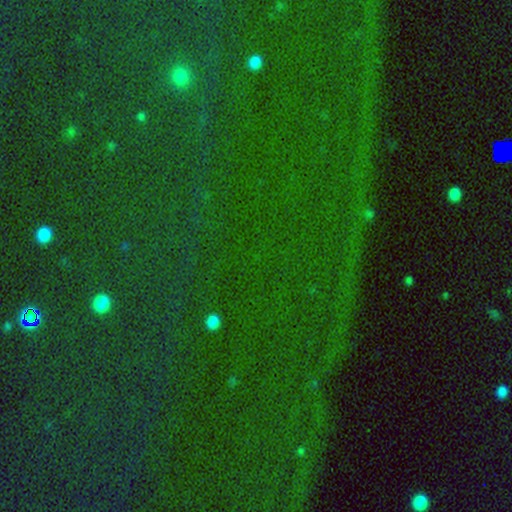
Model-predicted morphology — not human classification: This appears to be a star or artifact, not a galaxy (80%).